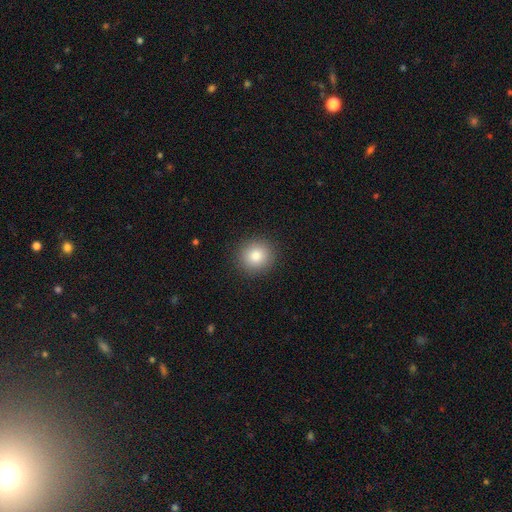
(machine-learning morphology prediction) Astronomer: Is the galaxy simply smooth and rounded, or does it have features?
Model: smooth — 84%.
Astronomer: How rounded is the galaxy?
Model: round — 88%.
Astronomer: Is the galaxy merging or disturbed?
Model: none — 91%.